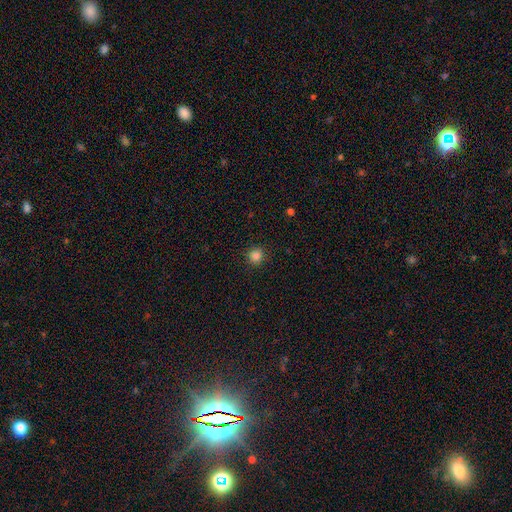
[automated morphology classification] A smooth galaxy with no disk features (84%) that is round (93%).

Vote fractions:
- Smooth or featured? smooth: 84% / star or artifact: 12% / featured or disk: 3%
- How rounded? round: 93% / in between: 6% / cigar-shaped: 1%
- Merging? none: 91% / minor disturbance: 6% / major disturbance: 2% / merger: 1%